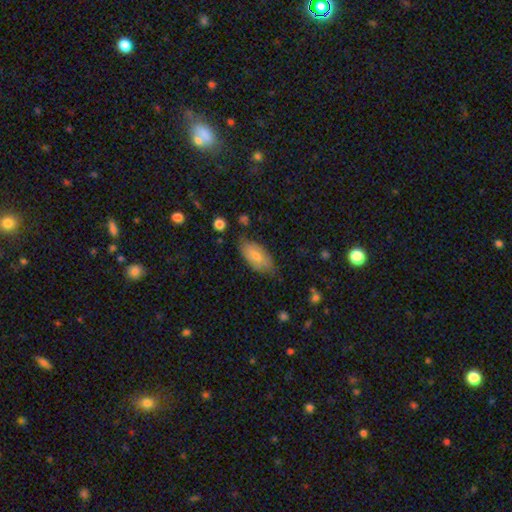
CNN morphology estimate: Overall: smooth (70%). How rounded: in between (90%). Merging: none (74%).